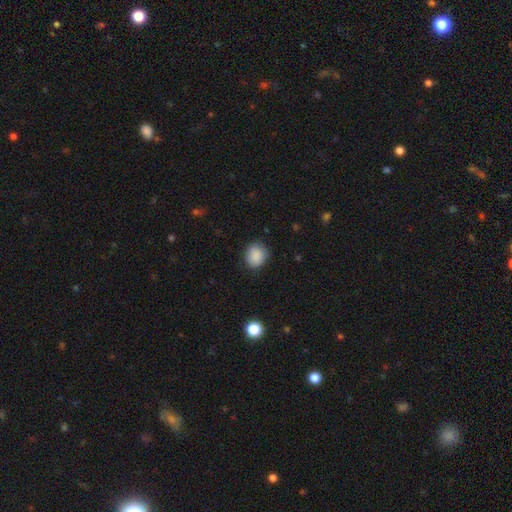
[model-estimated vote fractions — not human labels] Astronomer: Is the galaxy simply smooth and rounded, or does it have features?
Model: smooth — 88%.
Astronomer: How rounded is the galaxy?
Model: round — 74%.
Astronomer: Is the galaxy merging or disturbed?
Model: none — 83%.